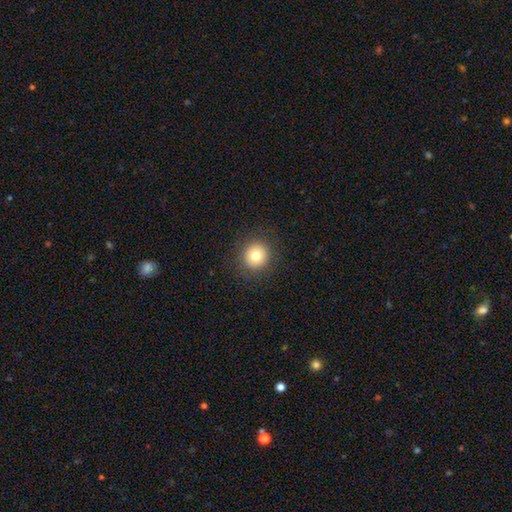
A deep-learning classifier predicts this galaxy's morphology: This is likely a smooth galaxy (77%). How rounded: clearly round (93%). Merging: clearly none (91%).